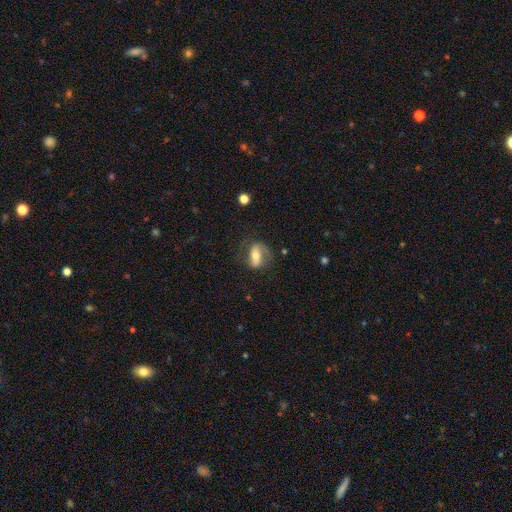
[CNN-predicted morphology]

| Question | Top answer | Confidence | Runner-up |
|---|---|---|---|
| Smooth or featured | featured or disk | 55% | smooth (37%) |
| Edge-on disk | no | 88% | yes (12%) |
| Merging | none | 61% | minor disturbance (21%) |